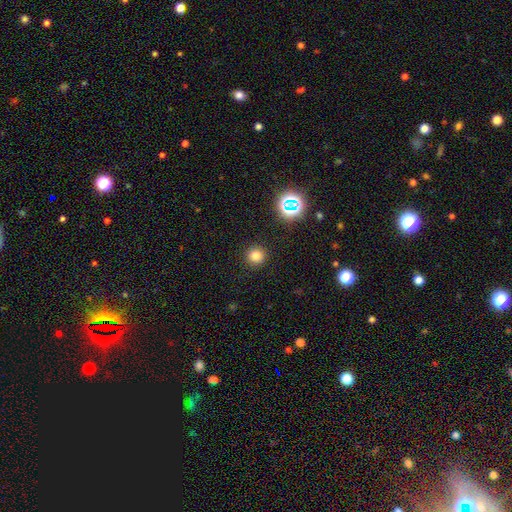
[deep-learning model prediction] Overall: smooth (77%). How rounded: round (94%). Merging: none (91%).